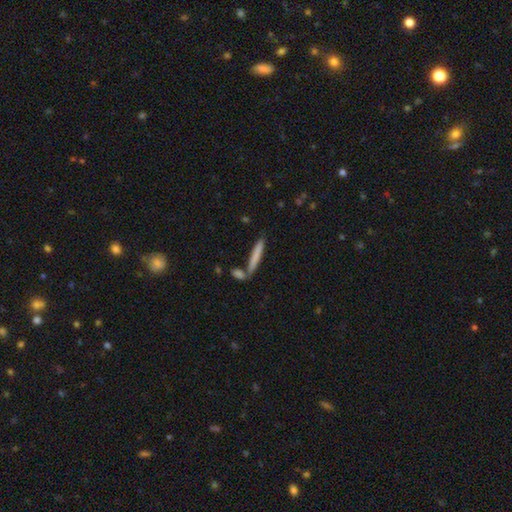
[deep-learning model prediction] Smooth or featured: smooth — 72% (featured or disk — 21%)
How rounded: cigar-shaped — 93% (in between — 5%)
Merging: none — 73% (merger — 14%)